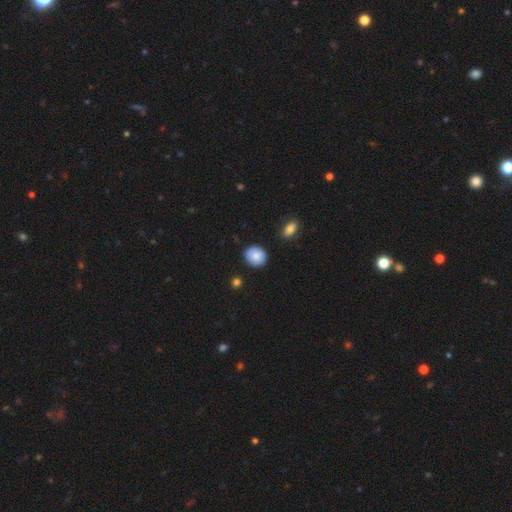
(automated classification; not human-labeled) Overall: smooth (85%). How rounded: round (77%). Merging: none (85%).